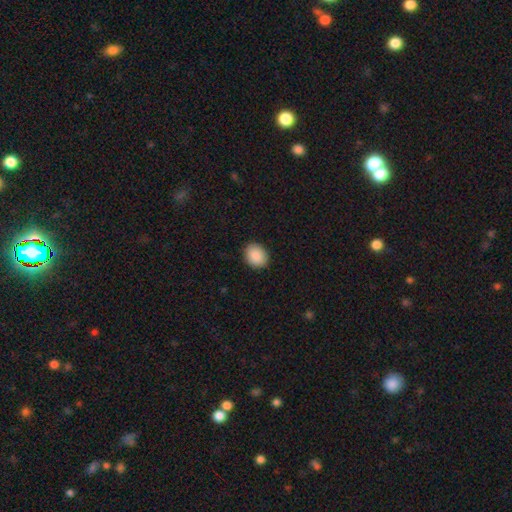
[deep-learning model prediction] Overall: smooth (90%). How rounded: in between (52%; round 47%). Merging: none (90%).